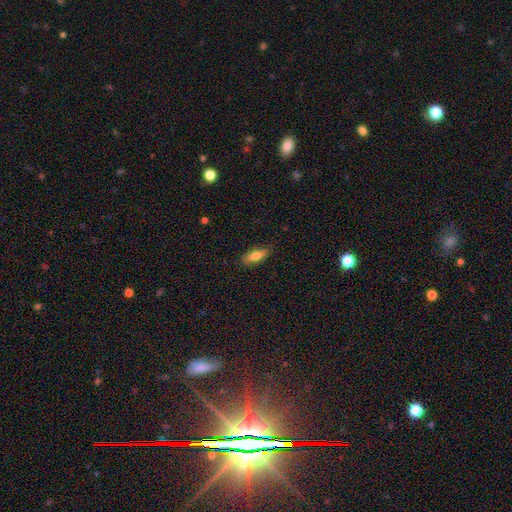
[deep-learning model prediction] Overall: smooth (72%). How rounded: in between (65%; cigar-shaped 33%). Merging: none (85%).